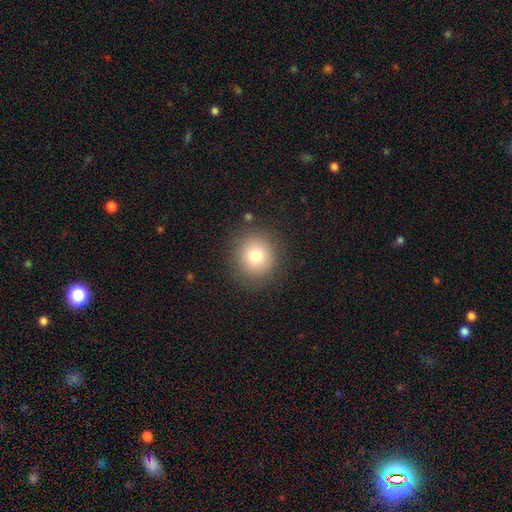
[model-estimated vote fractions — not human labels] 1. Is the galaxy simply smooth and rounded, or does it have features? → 77% smooth, 12% star or artifact, 11% featured or disk.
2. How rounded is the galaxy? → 88% round, 11% in between, 1% cigar-shaped.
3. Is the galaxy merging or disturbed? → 86% none, 9% minor disturbance, 4% major disturbance, 1% merger.